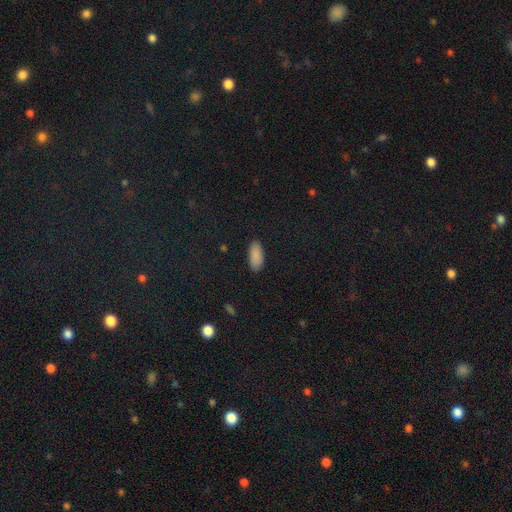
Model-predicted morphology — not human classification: smooth_or_featured: smooth (p=0.89) [alt: star or artifact p=0.07]
how_rounded: in between (p=0.88) [alt: cigar-shaped p=0.10]
merging: none (p=0.89) [alt: minor disturbance p=0.08]